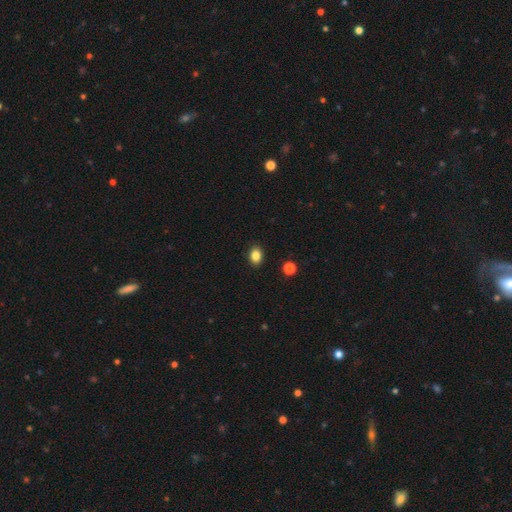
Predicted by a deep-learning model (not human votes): Morphology: type=smooth (85%); roundness=in between (68%); merging=none (90%).